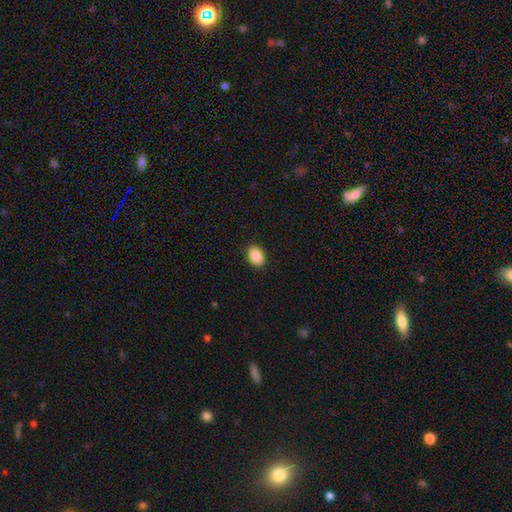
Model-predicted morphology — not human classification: type=smooth (90%); roundness=in between (78%); merging=none (91%).